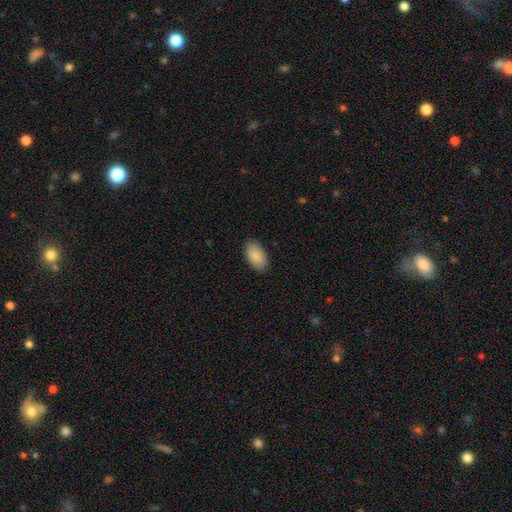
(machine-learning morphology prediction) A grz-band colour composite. It shows a smooth galaxy with no disk features (90%) that is in between round and cigar-shaped (95%). Merging: none (88%).